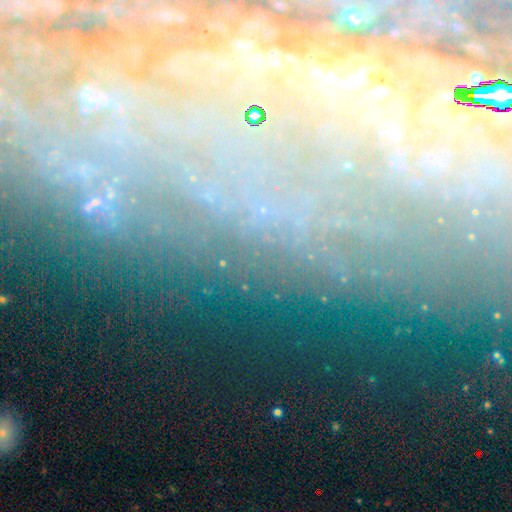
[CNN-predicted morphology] Smooth or featured: star or artifact — 45% (featured or disk — 37%)